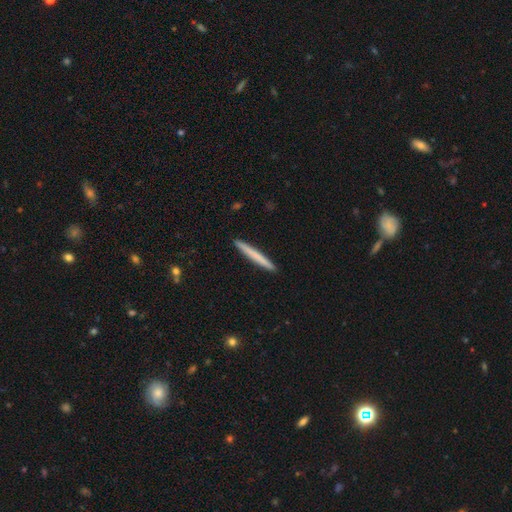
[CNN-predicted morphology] Smooth or featured: smooth — 68% (featured or disk — 27%)
How rounded: cigar-shaped — 97% (in between — 2%)
Merging: none — 93% (minor disturbance — 5%)